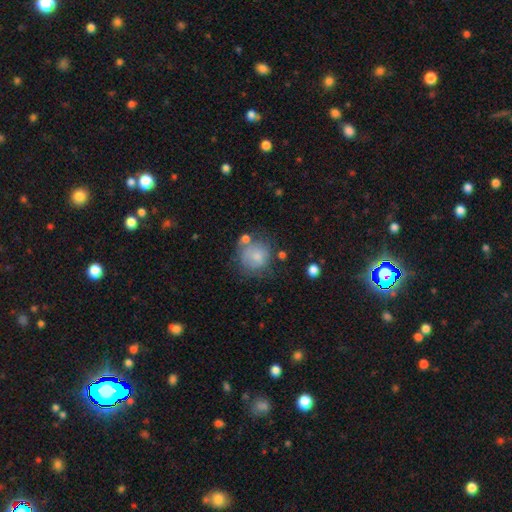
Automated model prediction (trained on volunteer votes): Morphology: type=smooth (71%); roundness=round (85%); merging=none (53%).